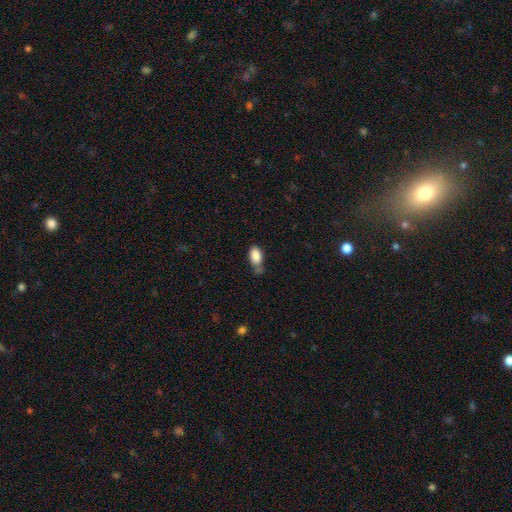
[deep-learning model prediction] Smooth or featured? Predicted: smooth (p=0.87). How rounded? Predicted: in between (p=0.91). Merging? Predicted: none (p=0.47).